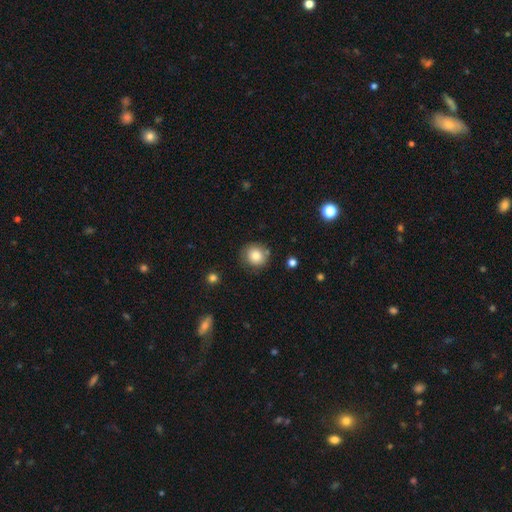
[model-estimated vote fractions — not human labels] smooth 82%, star or artifact 10%, featured or disk 9%. Down the decision tree: how rounded — round (87%); merging — none (79%).